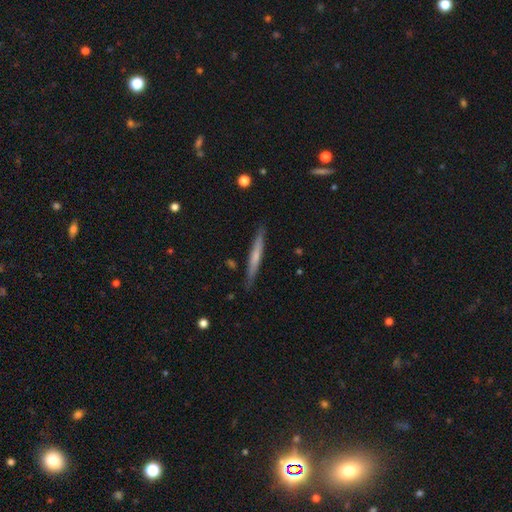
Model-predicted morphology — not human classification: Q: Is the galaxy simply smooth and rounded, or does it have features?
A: smooth — 53%.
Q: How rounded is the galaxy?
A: cigar-shaped — 96%.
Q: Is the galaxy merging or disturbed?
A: none — 87%.